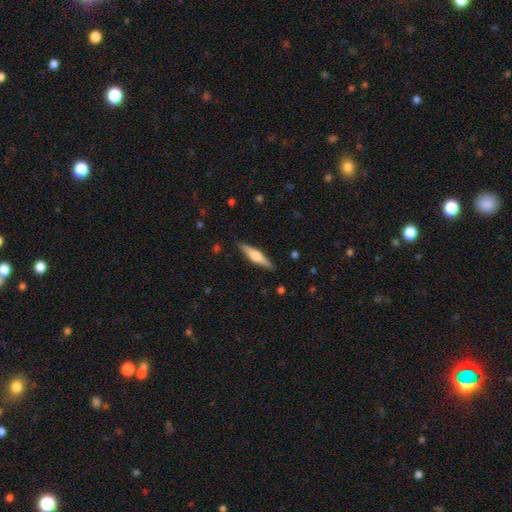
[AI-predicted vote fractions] featured or disk 53%, smooth 41%, star or artifact 5%. Down the decision tree: edge-on disk — yes (96%); edge-on bulge — rounded (87%); merging — none (89%).